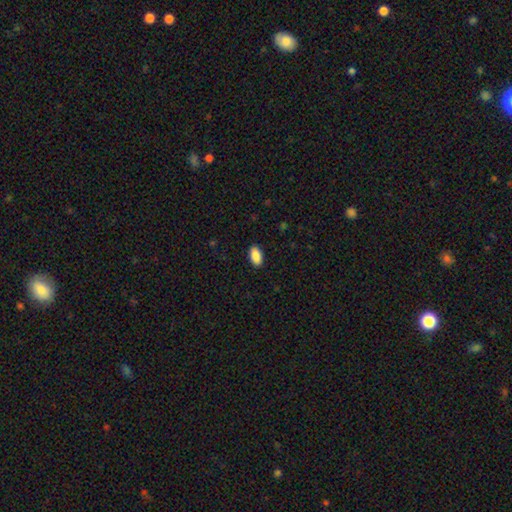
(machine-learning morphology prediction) smooth-or-featured: smooth: 90% | star or artifact: 7% | featured or disk: 4%
  how-rounded: in between: 94% | round: 3% | cigar-shaped: 3%
  merging: none: 90% | minor disturbance: 7% | major disturbance: 2% | merger: 1%